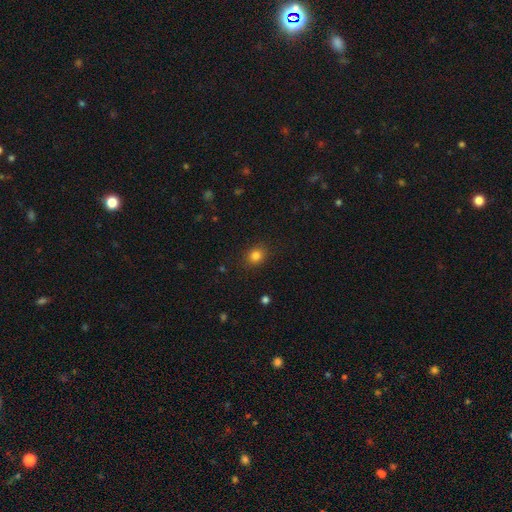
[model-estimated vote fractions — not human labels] Smooth or featured? smooth (82%)
How rounded? round (70%)
Merging? none (88%)